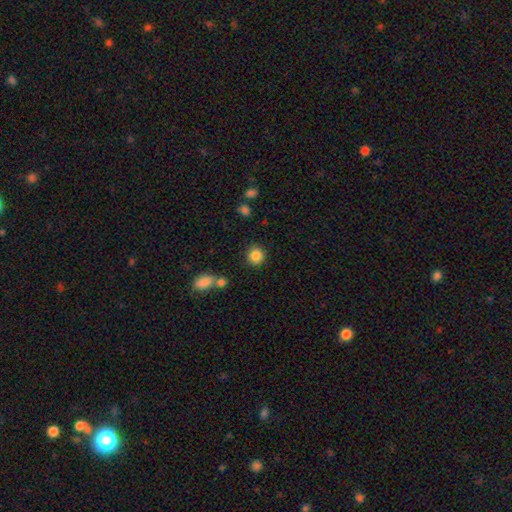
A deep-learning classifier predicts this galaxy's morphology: Q: Smooth or featured?
A: smooth (86%); runner-up: star or artifact (9%)
Q: How rounded?
A: round (88%); runner-up: in between (11%)
Q: Merging?
A: none (86%); runner-up: minor disturbance (8%)